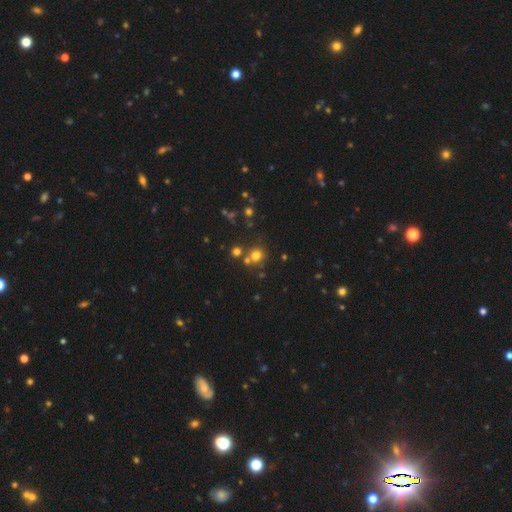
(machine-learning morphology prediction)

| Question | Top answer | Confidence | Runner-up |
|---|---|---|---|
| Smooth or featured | smooth | 69% | star or artifact (21%) |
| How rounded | round | 88% | in between (11%) |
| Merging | none | 68% | merger (20%) |